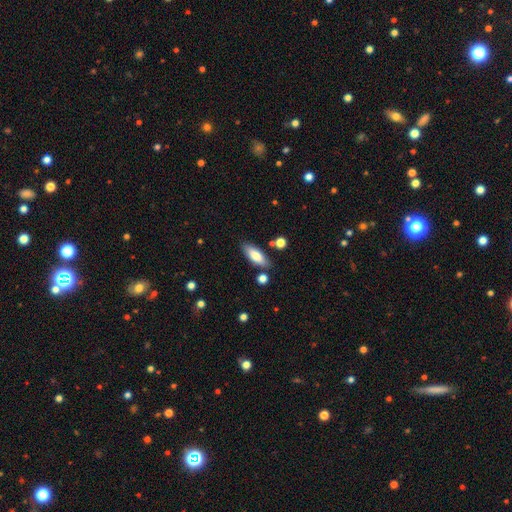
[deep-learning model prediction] Smooth or featured? Predicted: smooth (p=0.78). How rounded? Predicted: in between (p=0.68). Merging? Predicted: none (p=0.81).